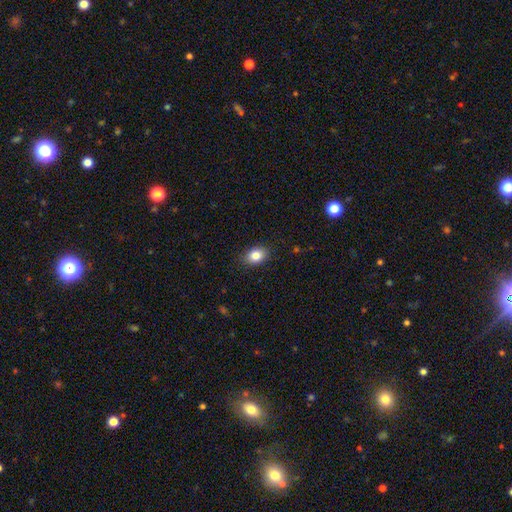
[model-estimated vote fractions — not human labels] Q: Smooth or featured?
A: smooth (84%); runner-up: star or artifact (9%)
Q: How rounded?
A: in between (77%); runner-up: round (22%)
Q: Merging?
A: none (88%); runner-up: minor disturbance (9%)